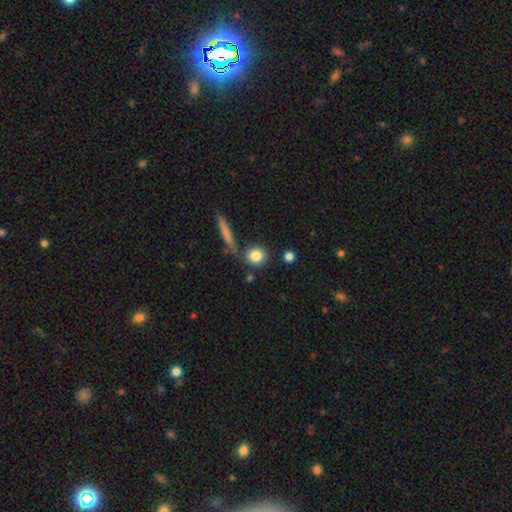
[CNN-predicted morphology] This appears to be a smooth galaxy with no disk features (83%) that is round (82%). Merging: none (79%).